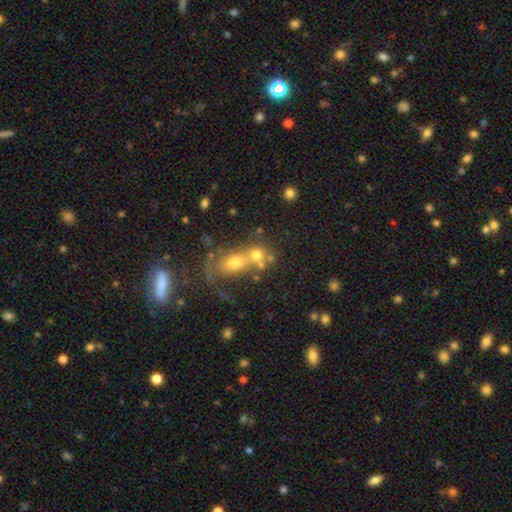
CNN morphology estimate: Overall: smooth (58%; featured or disk 23%). How rounded: round (51%; in between 43%). Merging: merger (53%; none 30%).